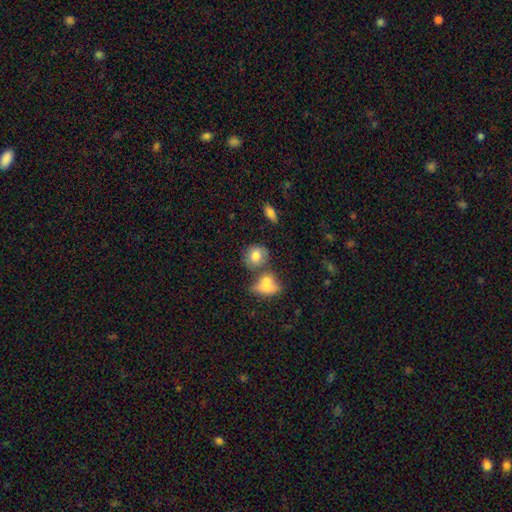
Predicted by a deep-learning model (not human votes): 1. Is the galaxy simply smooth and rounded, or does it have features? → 78% smooth, 13% featured or disk, 9% star or artifact.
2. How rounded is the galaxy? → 68% round, 31% in between, 2% cigar-shaped.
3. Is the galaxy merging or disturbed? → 55% none, 25% merger, 14% minor disturbance, 5% major disturbance.